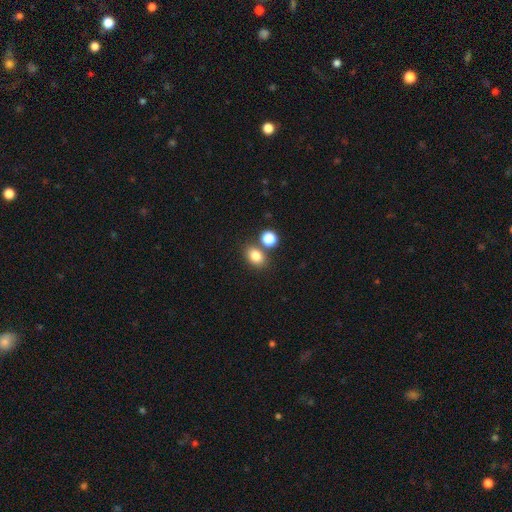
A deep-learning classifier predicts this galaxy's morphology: Smooth or featured: smooth — 82% (star or artifact — 11%)
How rounded: in between — 61% (round — 37%)
Merging: none — 68% (merger — 19%)